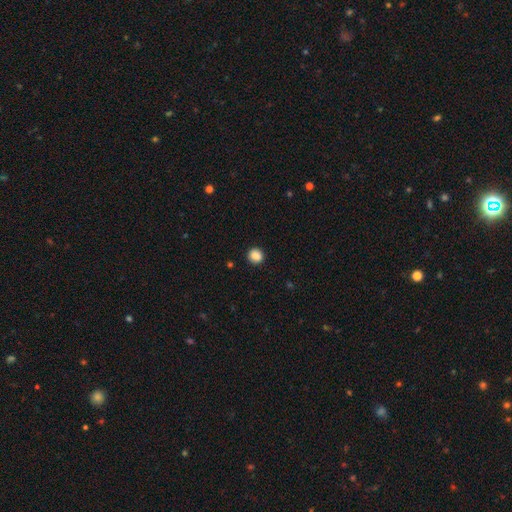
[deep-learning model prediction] smooth_or_featured: smooth (p=0.87) [alt: star or artifact p=0.10]
how_rounded: round (p=0.89) [alt: in between p=0.10]
merging: none (p=0.90) [alt: minor disturbance p=0.07]